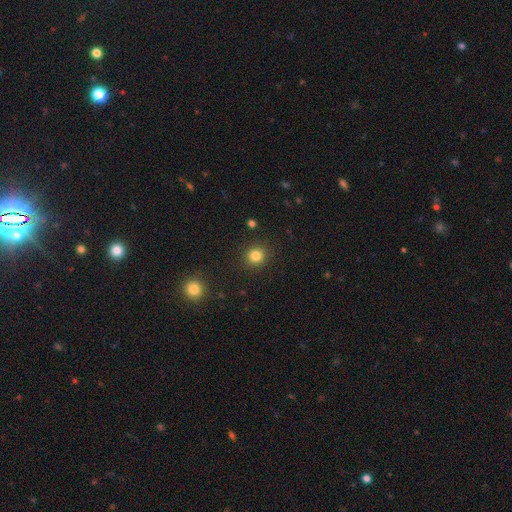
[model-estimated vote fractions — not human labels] Morphology: type=smooth (82%); roundness=round (90%); merging=none (91%).